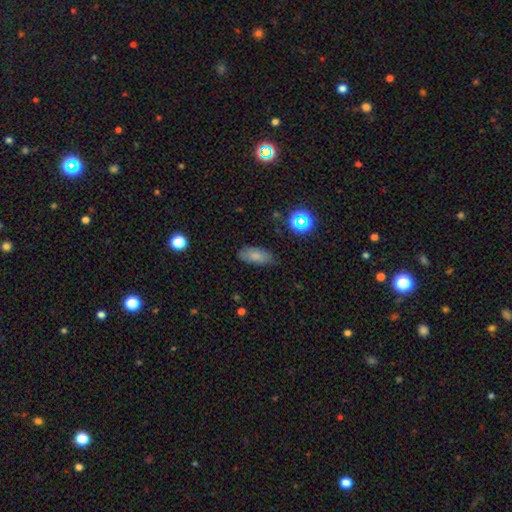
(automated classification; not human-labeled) Morphology: type=smooth (77%); roundness=in between (86%); merging=none (75%).